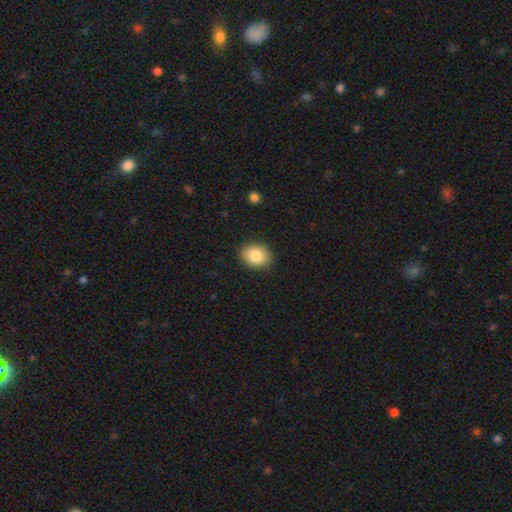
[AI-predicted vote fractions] Q: Smooth or featured?
A: smooth (84%); runner-up: star or artifact (8%)
Q: How rounded?
A: in between (53%); runner-up: round (46%)
Q: Merging?
A: none (89%); runner-up: minor disturbance (8%)